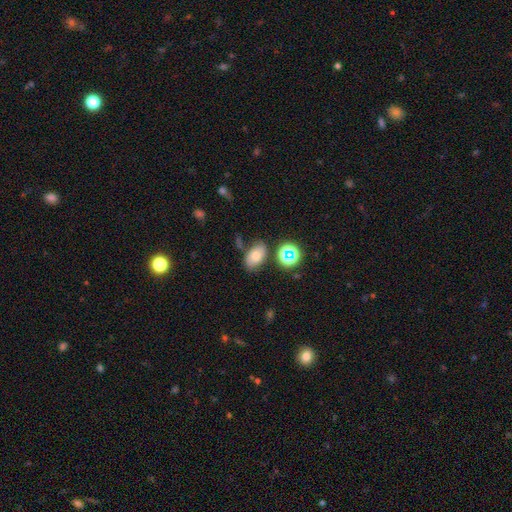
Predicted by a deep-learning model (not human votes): Smooth or featured?
  - smooth: 64% *
  - featured or disk: 18%
  - star or artifact: 18%
How rounded?
  - in between: 86% *
  - round: 12%
  - cigar-shaped: 2%
Merging?
  - none: 69% *
  - minor disturbance: 18%
  - merger: 8%
  - major disturbance: 5%